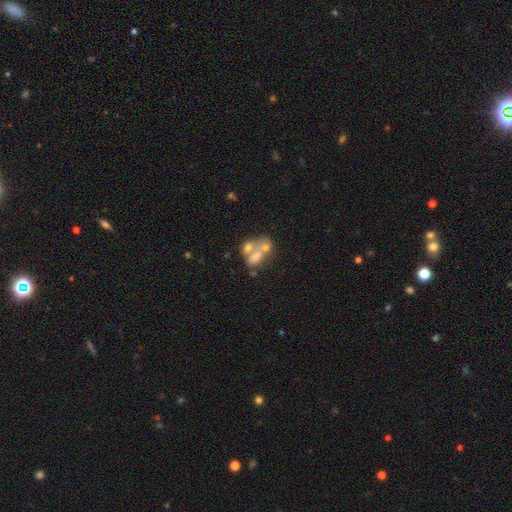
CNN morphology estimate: A featured or disk galaxy (43%).

Vote fractions:
- Smooth or featured? featured or disk: 43% / smooth: 42% / star or artifact: 16%
- Merging? merger: 61% / none: 21% / major disturbance: 10% / minor disturbance: 8%